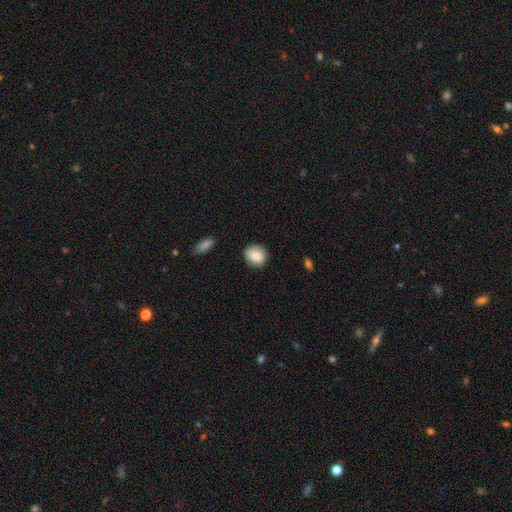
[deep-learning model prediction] Overall: smooth (79%). How rounded: round (71%). Merging: none (82%).